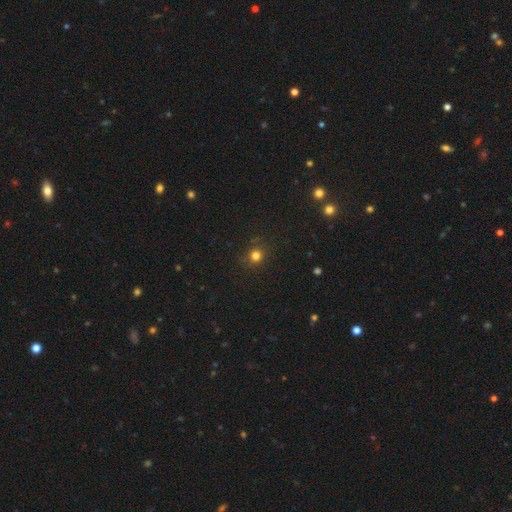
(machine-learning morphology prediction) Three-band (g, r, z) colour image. It shows a smooth galaxy with no disk features (77%) that is round (89%). Merging: none (86%).